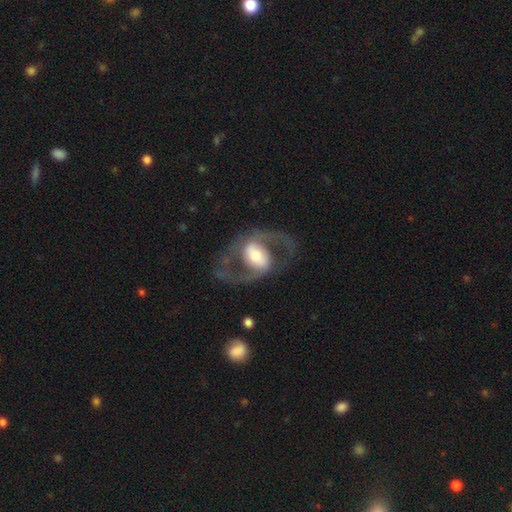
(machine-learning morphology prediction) Overall: featured or disk (83%). Edge-on disk: no (96%). Bar: strong (39%; weak 35%). Spiral arms: yes (86%). Spiral arm count: 2 (92%). Spiral winding: medium (56%; loose 31%). Bulge size: moderate (53%; large 26%). Merging: none (72%).